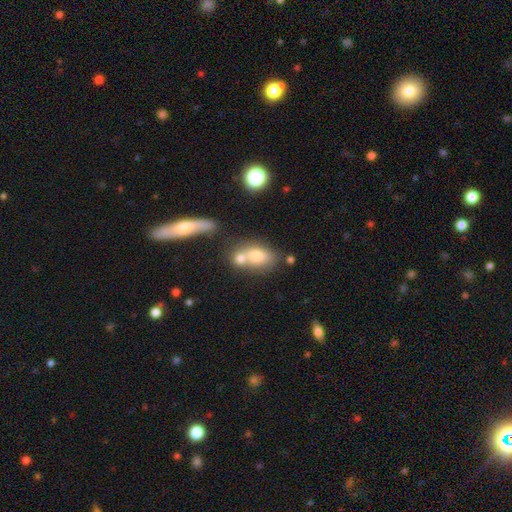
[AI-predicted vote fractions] The model was most divided on "merging": merger: 49%, none: 35%, minor disturbance: 11%, major disturbance: 5%. More confident: how rounded — in between (75%); smooth or featured — smooth (72%).